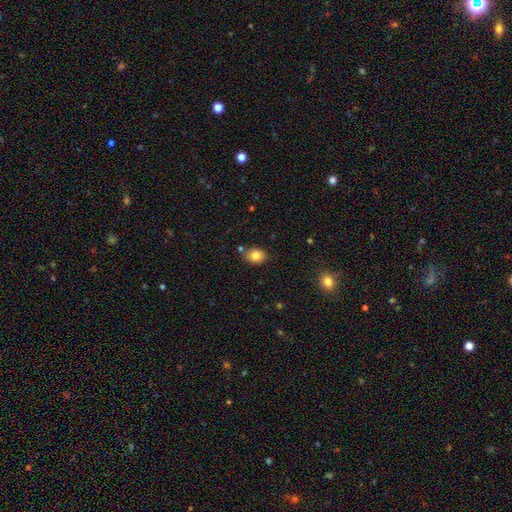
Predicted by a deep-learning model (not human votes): Smooth or featured: smooth — 81% (star or artifact — 10%)
How rounded: round — 50% (in between — 49%)
Merging: none — 80% (minor disturbance — 12%)